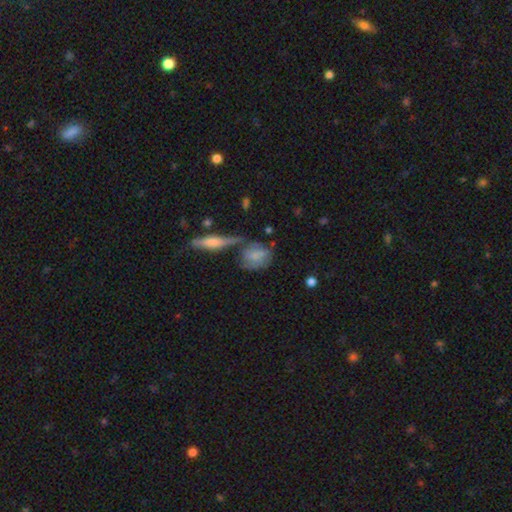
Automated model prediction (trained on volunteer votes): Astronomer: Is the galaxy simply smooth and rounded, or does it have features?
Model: smooth — 61%.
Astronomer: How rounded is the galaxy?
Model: in between — 54% (runner-up: round, 40%).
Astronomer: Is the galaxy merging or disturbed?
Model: none — 42% (runner-up: merger, 23%).